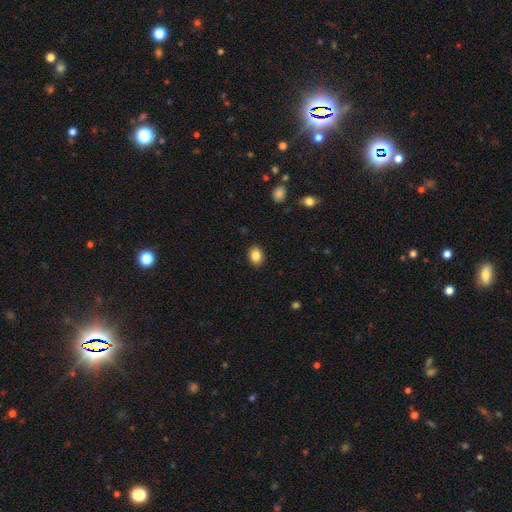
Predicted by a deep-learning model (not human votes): smooth-or-featured: smooth: 85% | star or artifact: 9% | featured or disk: 6%
  how-rounded: in between: 61% | round: 38% | cigar-shaped: 1%
  merging: none: 90% | minor disturbance: 7% | major disturbance: 2% | merger: 1%